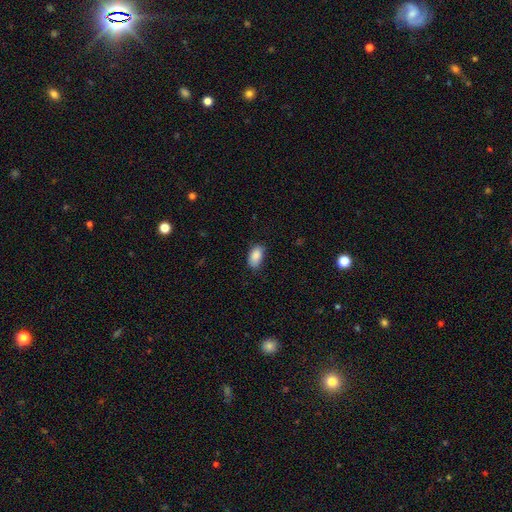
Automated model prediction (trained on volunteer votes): Smooth or featured? Predicted: smooth (p=0.89). How rounded? Predicted: in between (p=0.93). Merging? Predicted: none (p=0.74).